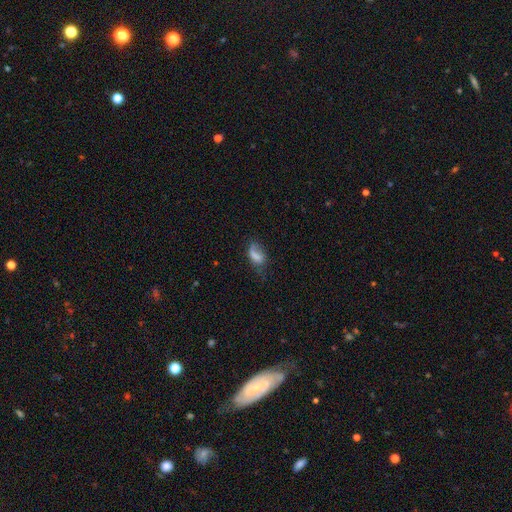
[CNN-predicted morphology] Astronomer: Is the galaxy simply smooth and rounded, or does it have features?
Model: smooth — 64%.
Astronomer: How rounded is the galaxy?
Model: in between — 86%.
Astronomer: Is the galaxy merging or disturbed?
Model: none — 34% (runner-up: major disturbance, 31%).